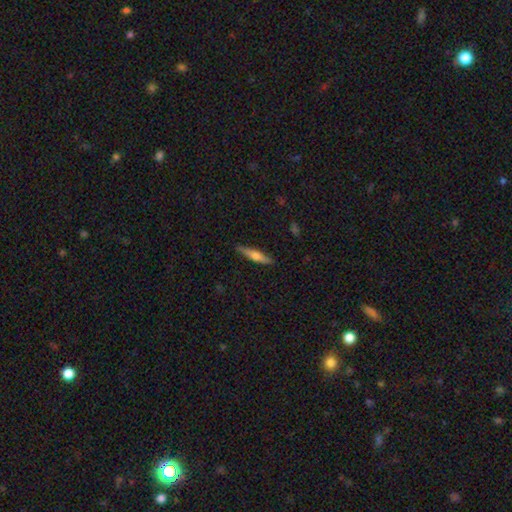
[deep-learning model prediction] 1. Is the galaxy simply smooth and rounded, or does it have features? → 50% smooth, 44% featured or disk, 6% star or artifact.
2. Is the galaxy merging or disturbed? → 88% none, 9% minor disturbance, 2% major disturbance, 1% merger.